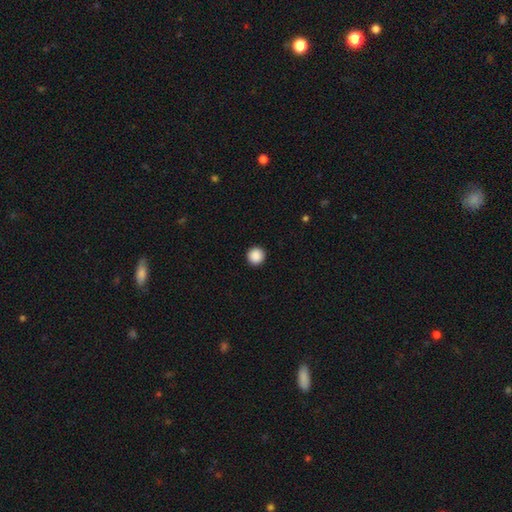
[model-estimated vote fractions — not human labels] This appears to be a smooth galaxy with no disk features (89%) that is round (96%). Merging: none (93%).